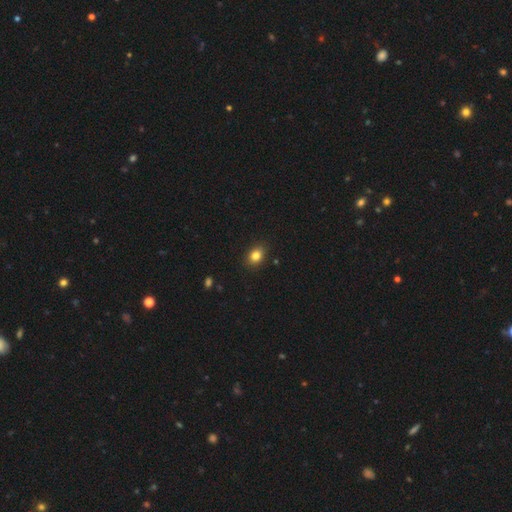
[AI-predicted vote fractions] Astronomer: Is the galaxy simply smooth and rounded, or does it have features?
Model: smooth — 83%.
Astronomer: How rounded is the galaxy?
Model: in between — 60% (runner-up: round, 39%).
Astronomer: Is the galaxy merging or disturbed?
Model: none — 87%.